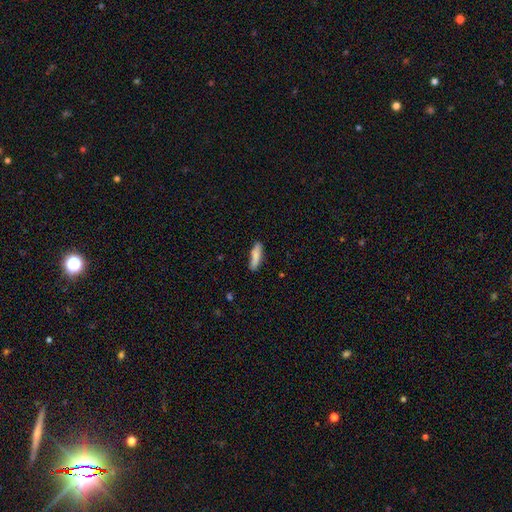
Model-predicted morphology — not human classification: Overall: smooth (82%). How rounded: cigar-shaped (68%; in between 30%). Merging: none (81%).